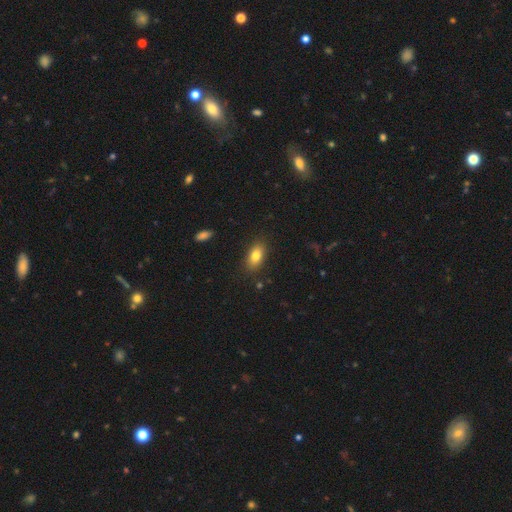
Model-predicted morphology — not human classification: smooth 82%, featured or disk 9%, star or artifact 8%. Down the decision tree: how rounded — in between (88%); merging — none (86%).